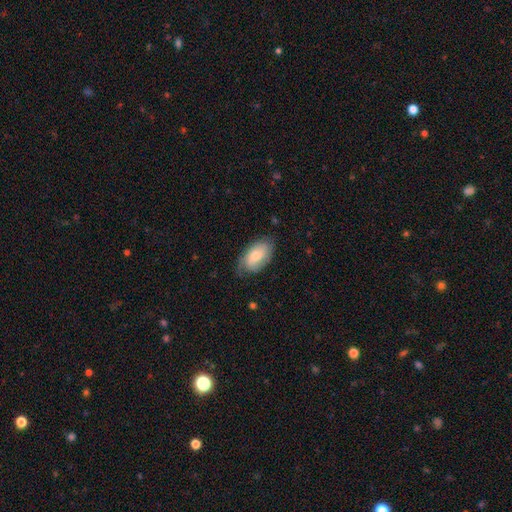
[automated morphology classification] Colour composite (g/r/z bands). It shows a smooth galaxy with no disk features (64%) that is in between round and cigar-shaped (93%). Merging: none (65%).